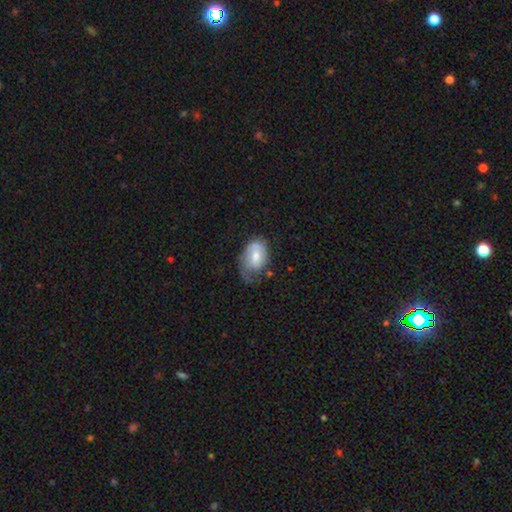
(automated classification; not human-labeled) Q: Smooth or featured?
A: smooth (58%); runner-up: featured or disk (35%)
Q: How rounded?
A: in between (82%); runner-up: round (16%)
Q: Merging?
A: minor disturbance (37%); runner-up: none (35%)